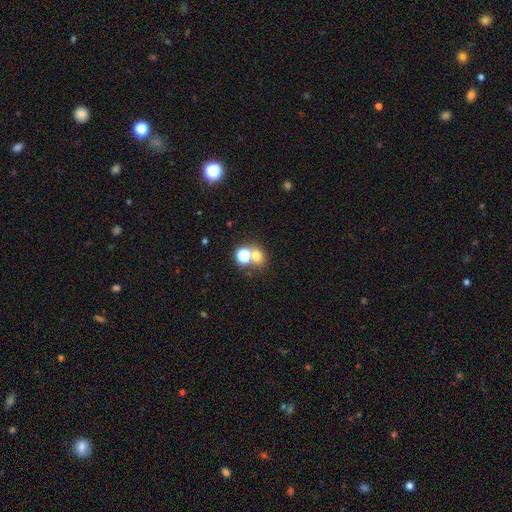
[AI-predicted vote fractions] Smooth or featured: smooth — 65% (star or artifact — 25%)
How rounded: round — 72% (in between — 27%)
Merging: none — 54% (merger — 35%)